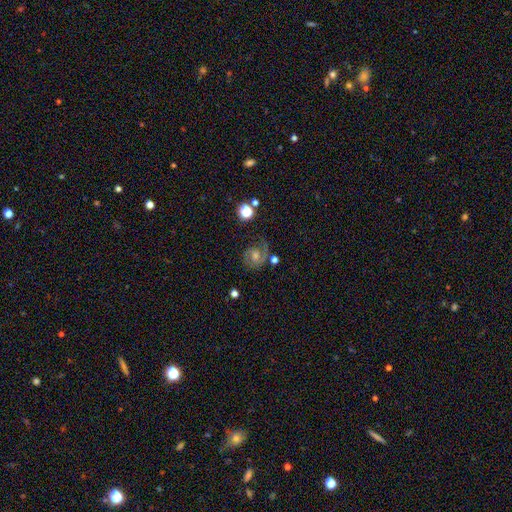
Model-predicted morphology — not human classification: This appears to be a featured or disk galaxy (68%) with no bar (57%), 2 (55%) medium (45%) spiral arms (92%) and a moderate central bulge (54%). Merging: none (65%).